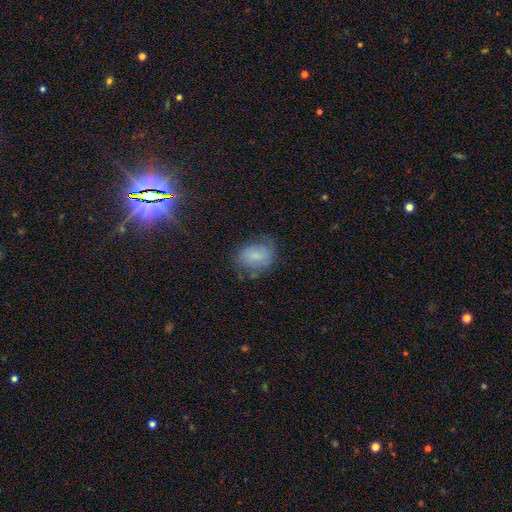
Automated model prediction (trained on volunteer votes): A smooth galaxy with no disk features (69%) that is in between round and cigar-shaped (65%). Merging: none (58%).